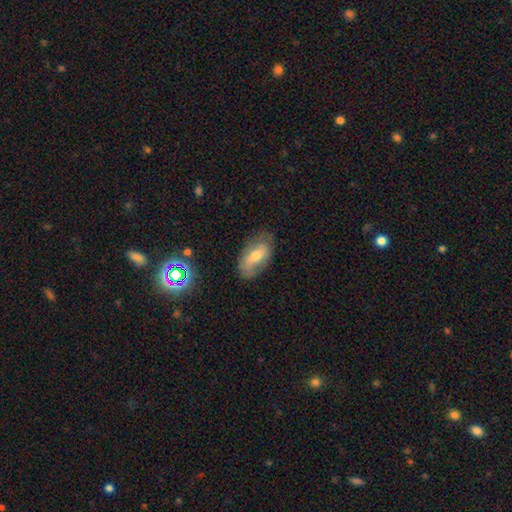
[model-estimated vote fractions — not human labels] A smooth galaxy with no disk features (47%). Merging: none (72%).